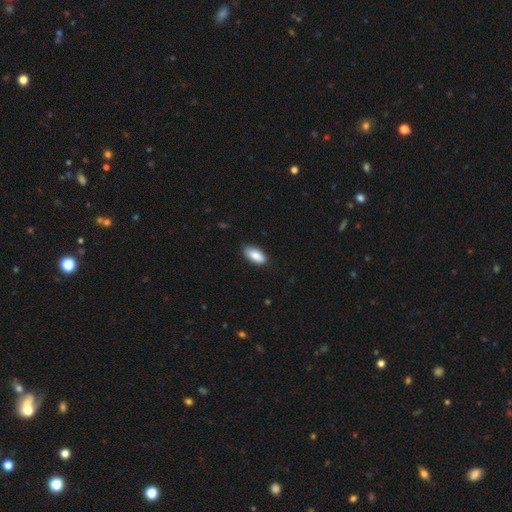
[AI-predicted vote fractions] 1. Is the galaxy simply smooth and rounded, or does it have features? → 87% smooth, 7% featured or disk, 6% star or artifact.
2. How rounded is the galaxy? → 90% in between, 8% cigar-shaped, 2% round.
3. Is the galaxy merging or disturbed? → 86% none, 11% minor disturbance, 2% major disturbance, 1% merger.